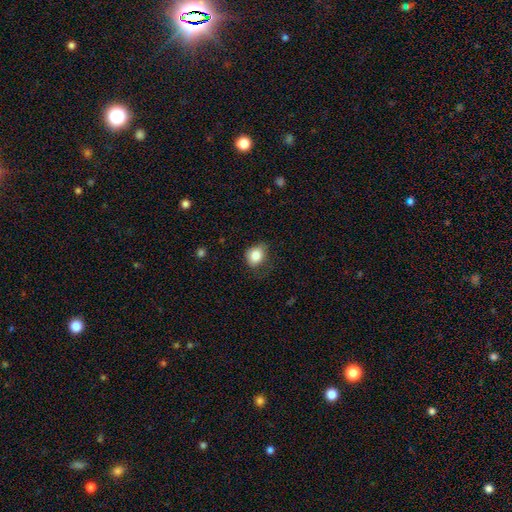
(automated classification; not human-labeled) This appears to be a smooth galaxy with no disk features (83%) that is round (55%). Merging: none (63%).